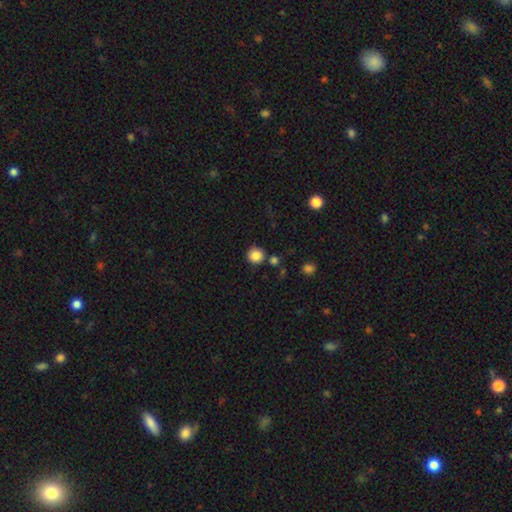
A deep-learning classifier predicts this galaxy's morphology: A smooth galaxy with no disk features (86%) that is round (93%).

Vote fractions:
- Smooth or featured? smooth: 86% / star or artifact: 10% / featured or disk: 4%
- How rounded? round: 93% / in between: 6% / cigar-shaped: 1%
- Merging? none: 81% / minor disturbance: 10% / merger: 6% / major disturbance: 3%